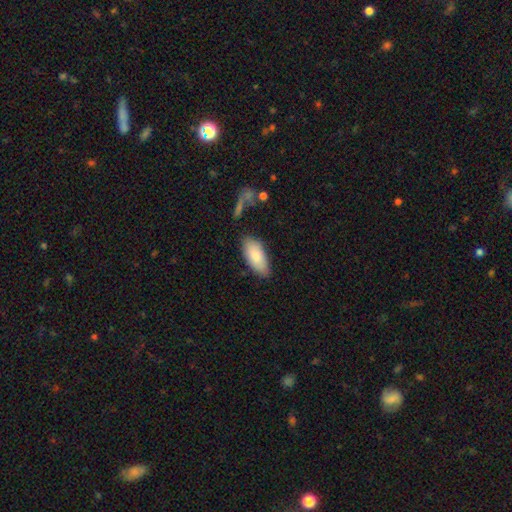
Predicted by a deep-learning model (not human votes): This is clearly a smooth galaxy (84%). How rounded: clearly in between (89%). Merging: likely none (78%).